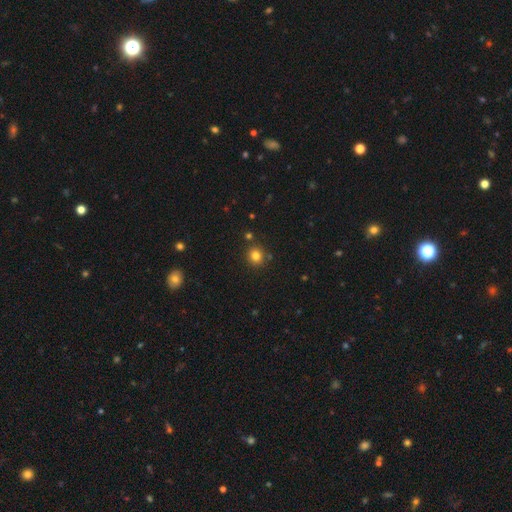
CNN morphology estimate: Smooth or featured? smooth (80%)
How rounded? round (87%)
Merging? none (84%)